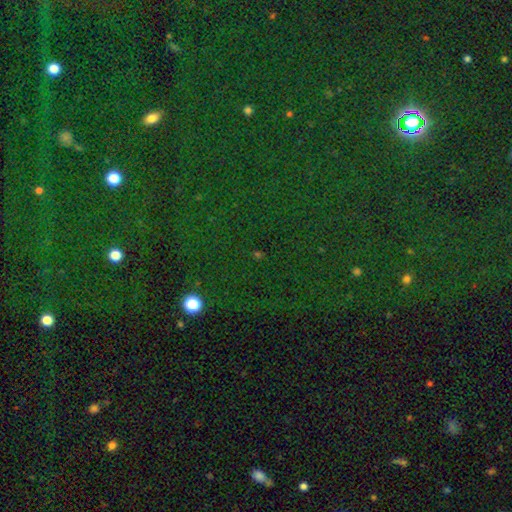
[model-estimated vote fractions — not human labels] A star or artifact, not a galaxy (81%).